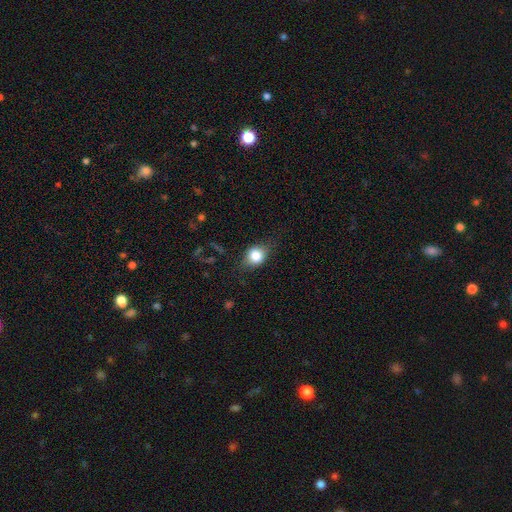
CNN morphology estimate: A smooth galaxy with no disk features (77%) that is round (53%). Merging: none (75%).